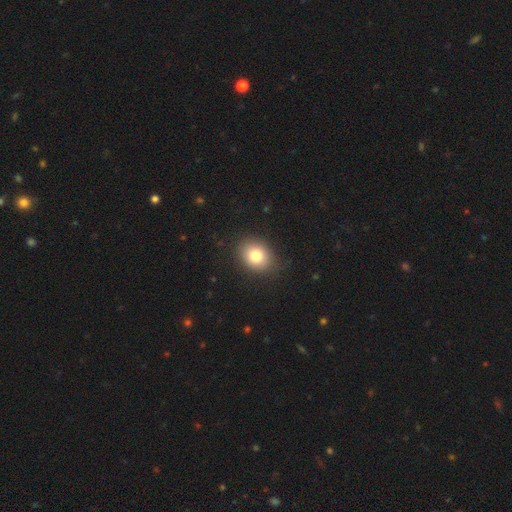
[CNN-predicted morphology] Smooth or featured?
  - smooth: 80% *
  - star or artifact: 10%
  - featured or disk: 10%
How rounded?
  - in between: 55% *
  - round: 44%
  - cigar-shaped: 1%
Merging?
  - none: 85% *
  - minor disturbance: 11%
  - major disturbance: 3%
  - merger: 1%